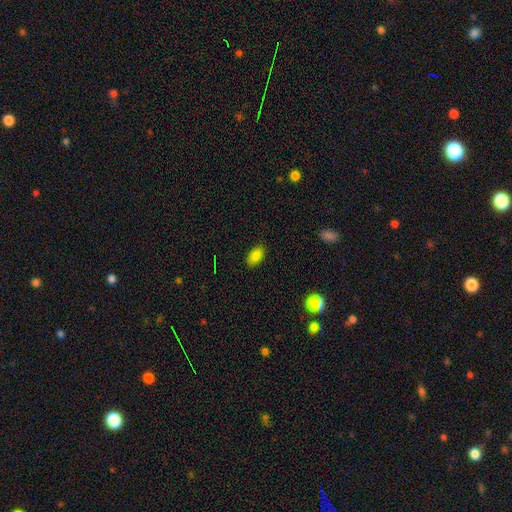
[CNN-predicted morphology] smooth_or_featured: smooth (p=0.85) [alt: star or artifact p=0.10]
how_rounded: in between (p=0.92) [alt: round p=0.05]
merging: none (p=0.87) [alt: minor disturbance p=0.10]